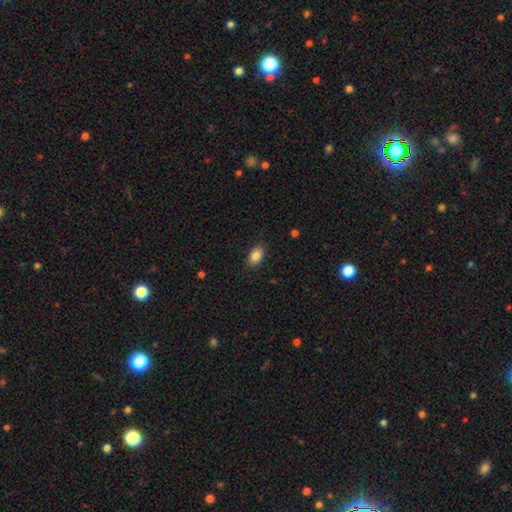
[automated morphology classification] smooth_or_featured: smooth (p=0.86) [alt: star or artifact p=0.08]
how_rounded: in between (p=0.88) [alt: round p=0.10]
merging: none (p=0.87) [alt: minor disturbance p=0.10]